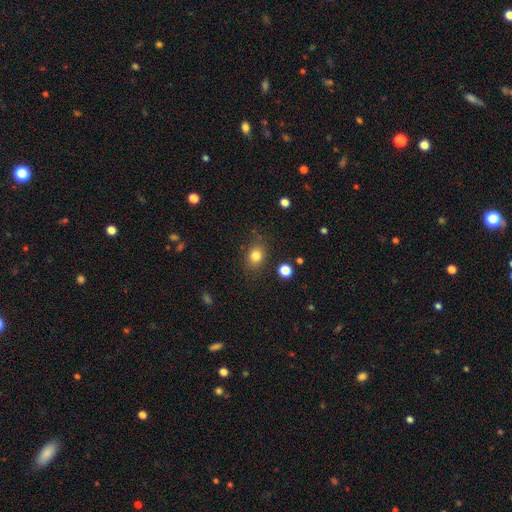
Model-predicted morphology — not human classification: The model was most divided on "how rounded": round: 54%, in between: 44%, cigar-shaped: 1%. More confident: smooth or featured — smooth (82%); merging — none (81%).